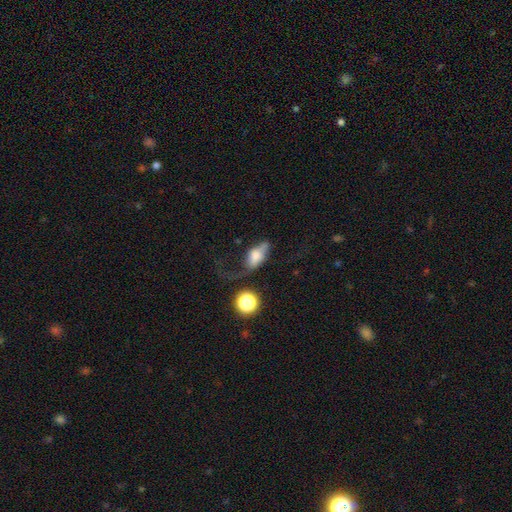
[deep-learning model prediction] A smooth galaxy with no disk features (59%) that is in between round and cigar-shaped (82%).

Vote fractions:
- Smooth or featured? smooth: 59% / featured or disk: 31% / star or artifact: 11%
- How rounded? in between: 82% / round: 11% / cigar-shaped: 7%
- Merging? major disturbance: 48% / none: 22% / minor disturbance: 20% / merger: 9%